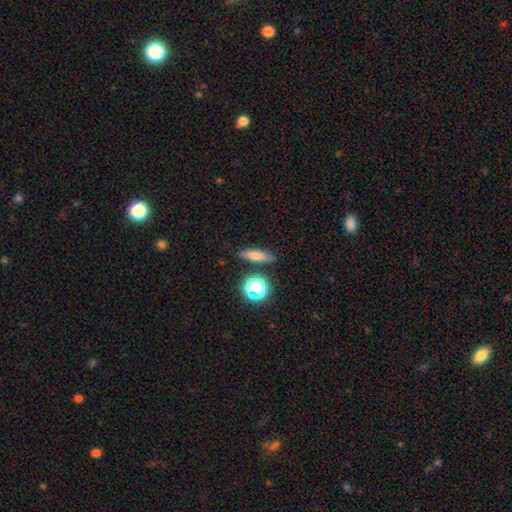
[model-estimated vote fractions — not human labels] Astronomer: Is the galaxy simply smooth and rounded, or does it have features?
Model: smooth — 68%.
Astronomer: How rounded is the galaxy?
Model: cigar-shaped — 54% (runner-up: in between, 34%).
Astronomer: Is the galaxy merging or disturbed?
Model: none — 82%.